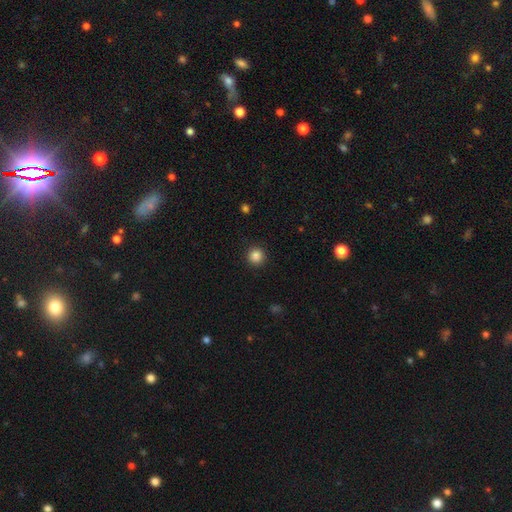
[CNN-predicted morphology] A smooth galaxy with no disk features (86%) that is round (95%).

Vote fractions:
- Smooth or featured? smooth: 86% / star or artifact: 11% / featured or disk: 3%
- How rounded? round: 95% / in between: 4% / cigar-shaped: 1%
- Merging? none: 92% / minor disturbance: 5% / major disturbance: 2% / merger: 1%